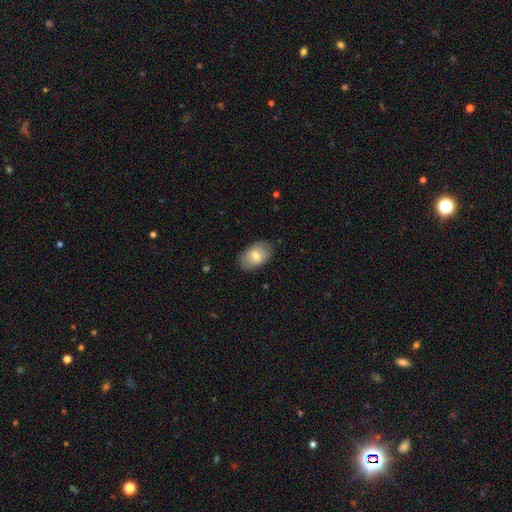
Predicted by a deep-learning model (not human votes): This appears to be a smooth galaxy with no disk features (68%) that is in between round and cigar-shaped (90%). Merging: none (83%).